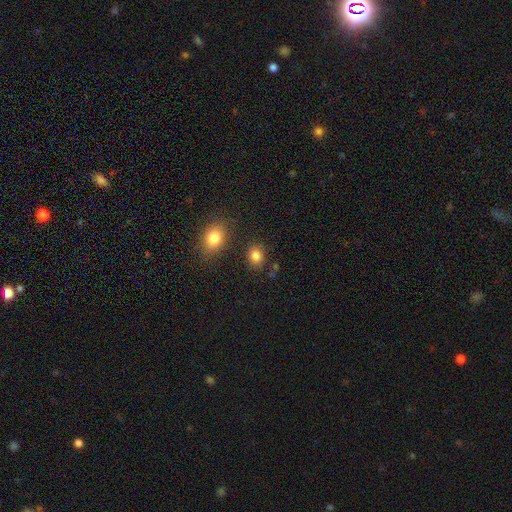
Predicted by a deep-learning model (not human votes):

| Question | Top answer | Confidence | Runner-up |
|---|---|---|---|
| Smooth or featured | smooth | 83% | star or artifact (11%) |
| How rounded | round | 57% | in between (42%) |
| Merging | none | 81% | minor disturbance (10%) |